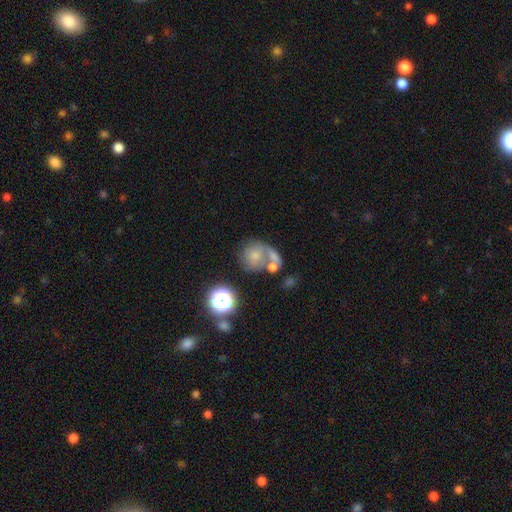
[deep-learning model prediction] This appears to be a smooth galaxy with no disk features (59%) that is round (77%). Merging: merger (39%).